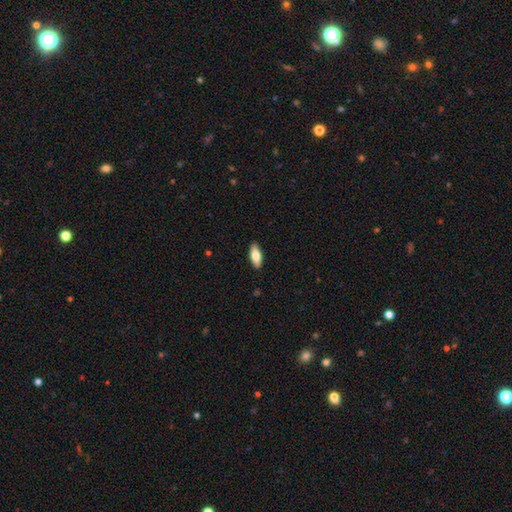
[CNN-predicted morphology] Overall: smooth (74%). How rounded: in between (82%). Merging: none (90%).